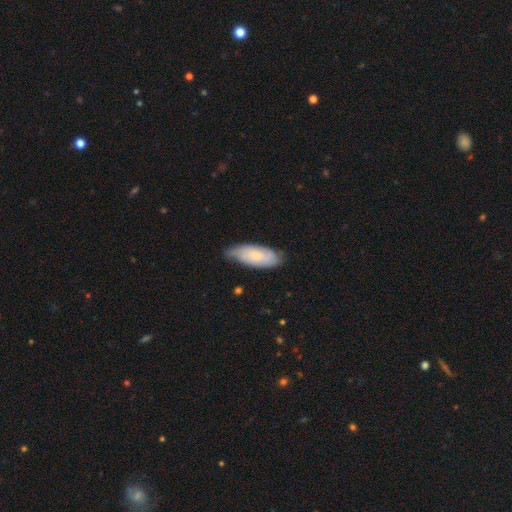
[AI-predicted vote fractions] This is likely a smooth galaxy (67%). How rounded: likely in between (78%). Merging: likely none (62%).